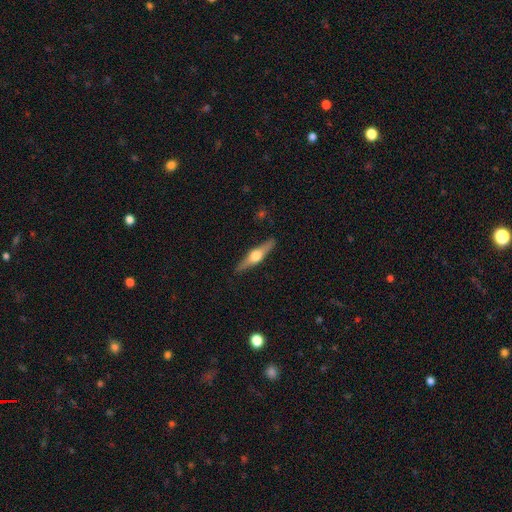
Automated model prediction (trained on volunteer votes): Smooth or featured? Predicted: featured or disk (p=0.71). Edge-on disk? Predicted: yes (p=0.97). Edge-on bulge? Predicted: rounded (p=0.95). Merging? Predicted: none (p=0.90).